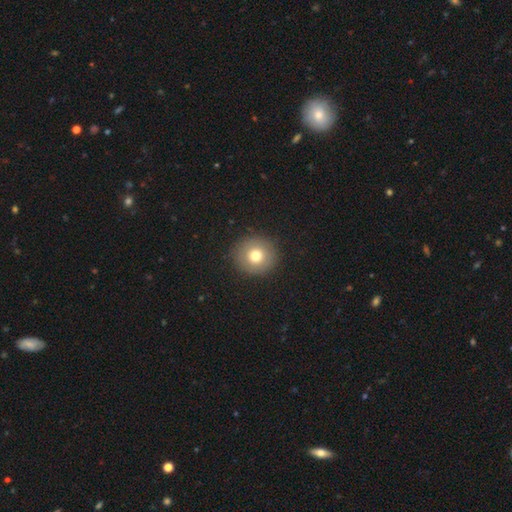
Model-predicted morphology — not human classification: type=smooth (73%); roundness=round (93%); merging=none (90%).